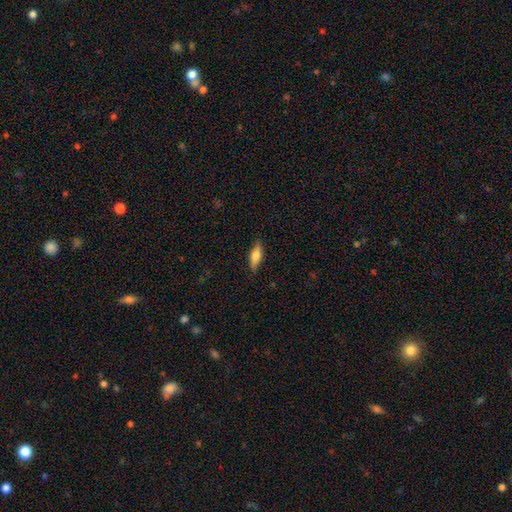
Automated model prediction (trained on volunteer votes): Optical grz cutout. It shows a smooth galaxy with no disk features (66%) that is in between round and cigar-shaped (53%). Merging: none (83%).